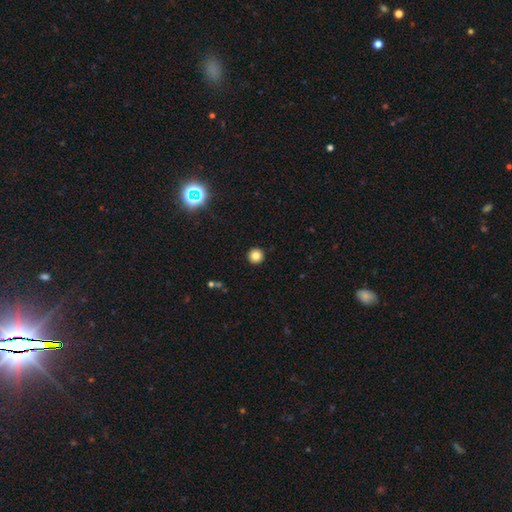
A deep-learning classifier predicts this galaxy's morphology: smooth-or-featured: smooth: 81% | star or artifact: 13% | featured or disk: 6%
  how-rounded: round: 96% | in between: 3% | cigar-shaped: 1%
  merging: none: 93% | minor disturbance: 5% | major disturbance: 2% | merger: 1%